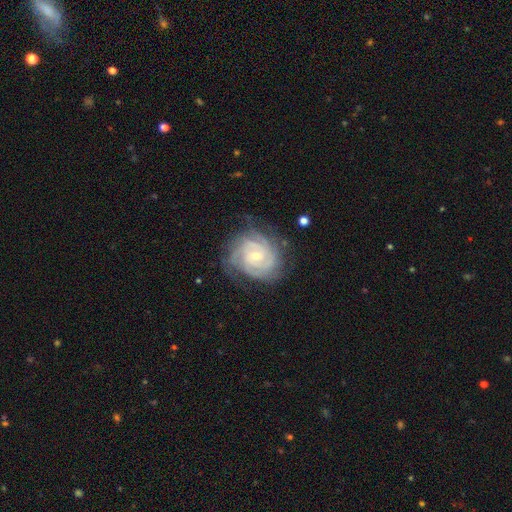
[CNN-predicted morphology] featured or disk 88%, smooth 7%, star or artifact 5%. Down the decision tree: edge-on disk — no (98%); bar — no (52%); spiral arms — yes (98%); spiral arm count — 3 (25%); spiral winding — tight (77%); bulge size — small (64%); merging — none (74%).